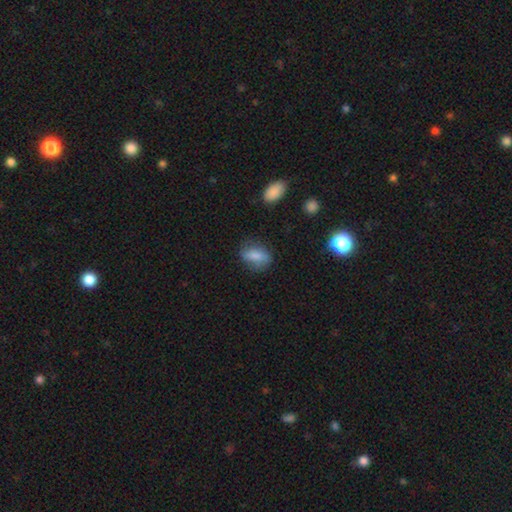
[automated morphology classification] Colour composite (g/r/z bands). It shows a smooth galaxy with no disk features (73%) that is in between round and cigar-shaped (80%). Merging: none (63%).